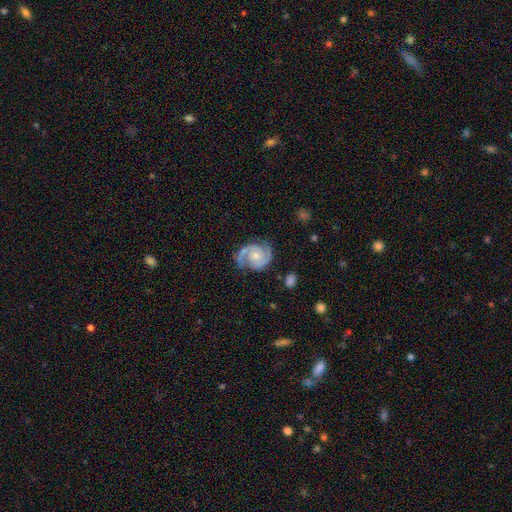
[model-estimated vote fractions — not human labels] Smooth or featured: featured or disk — 89% (smooth — 6%)
Edge-on disk: no — 98% (yes — 2%)
Bar: no — 69% (weak — 26%)
Spiral arms: yes — 98% (no — 2%)
Spiral winding: medium — 47% (tight — 44%)
Spiral arm count: 2 — 88% (3 — 4%)
Bulge size: small — 52% (moderate — 42%)
Merging: none — 71% (minor disturbance — 19%)